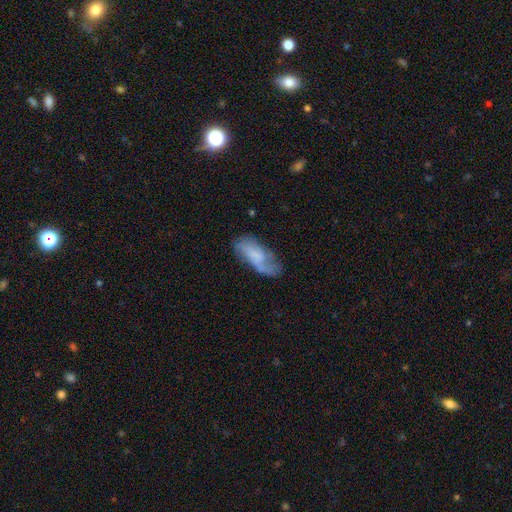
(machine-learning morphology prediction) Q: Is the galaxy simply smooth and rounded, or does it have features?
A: smooth — 49%.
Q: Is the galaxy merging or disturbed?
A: none — 48%.